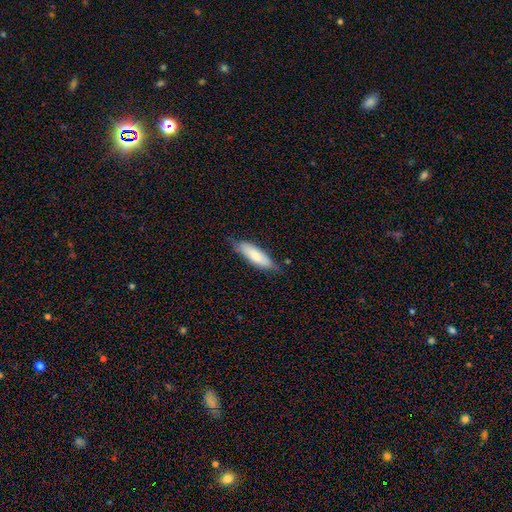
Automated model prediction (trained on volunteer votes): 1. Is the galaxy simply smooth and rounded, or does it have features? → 77% smooth, 18% featured or disk, 5% star or artifact.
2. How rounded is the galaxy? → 50% in between, 48% cigar-shaped, 1% round.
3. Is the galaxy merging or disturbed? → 72% none, 23% minor disturbance, 4% major disturbance, 1% merger.